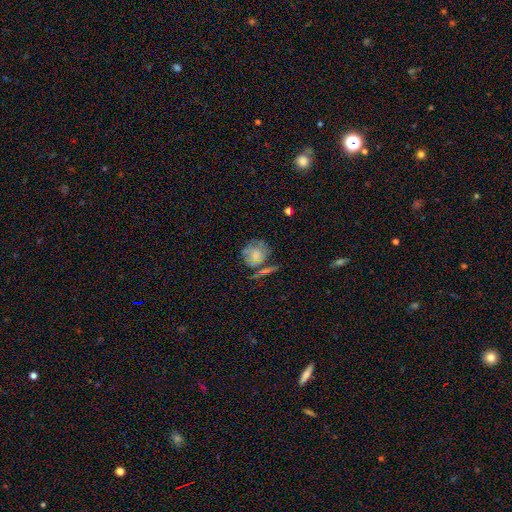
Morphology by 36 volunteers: Smooth or featured?
  - smooth: 64% *
  - featured or disk: 28%
  - star or artifact: 8%
How rounded?
  - round: 74% *
  - in between: 26%
  - cigar-shaped: 0%
Merging?
  - none: 52% *
  - merger: 21%
  - major disturbance: 18%
  - minor disturbance: 9%